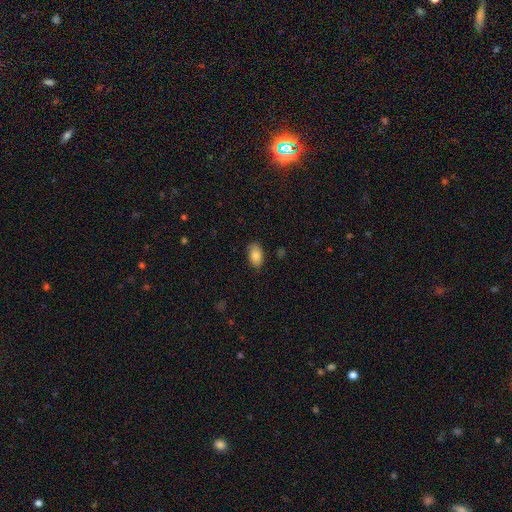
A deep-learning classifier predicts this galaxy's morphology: smooth_or_featured: smooth (p=0.84) [alt: featured or disk p=0.08]
how_rounded: in between (p=0.92) [alt: round p=0.06]
merging: none (p=0.84) [alt: minor disturbance p=0.13]